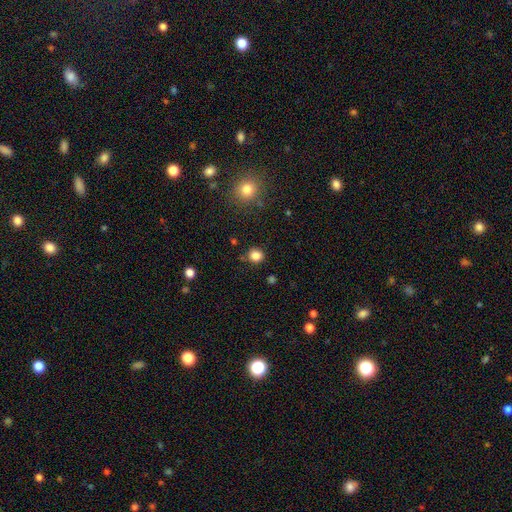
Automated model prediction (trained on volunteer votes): Smooth or featured: smooth — 84% (star or artifact — 12%)
How rounded: round — 85% (in between — 15%)
Merging: none — 86% (minor disturbance — 9%)